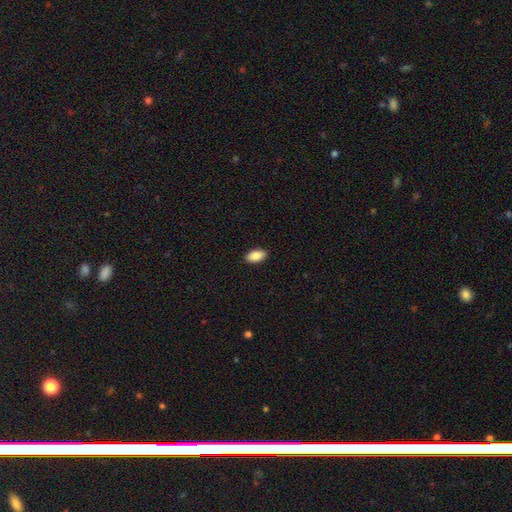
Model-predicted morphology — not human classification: type=smooth (88%); roundness=in between (93%); merging=none (90%).